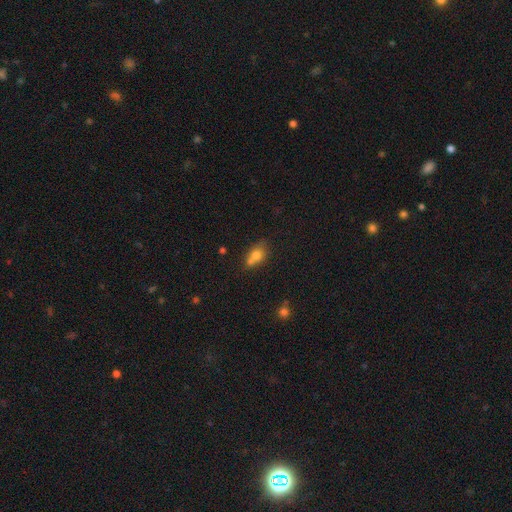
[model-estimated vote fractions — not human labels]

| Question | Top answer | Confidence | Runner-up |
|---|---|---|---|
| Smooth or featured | smooth | 75% | featured or disk (15%) |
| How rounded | in between | 59% | round (38%) |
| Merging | merger | 39% | none (38%) |